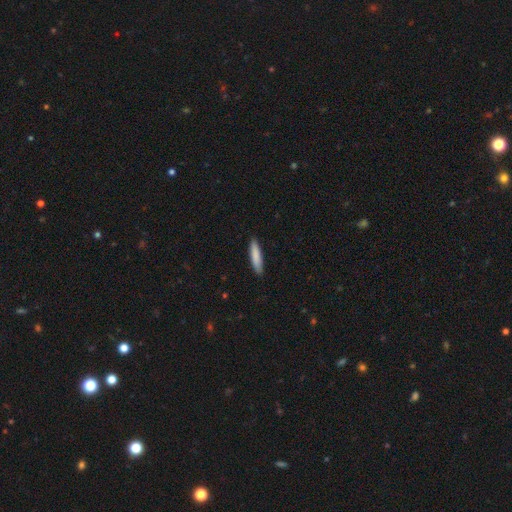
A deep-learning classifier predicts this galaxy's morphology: Smooth or featured: smooth — 84% (featured or disk — 10%)
How rounded: cigar-shaped — 82% (in between — 16%)
Merging: none — 89% (minor disturbance — 9%)